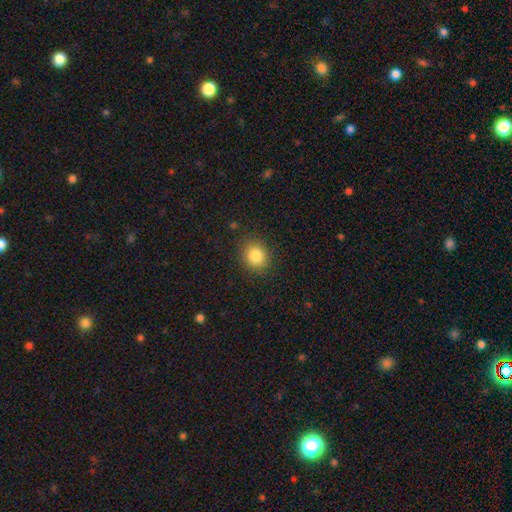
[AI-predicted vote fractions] Smooth or featured: smooth — 84% (star or artifact — 10%)
How rounded: round — 72% (in between — 27%)
Merging: none — 87% (minor disturbance — 9%)